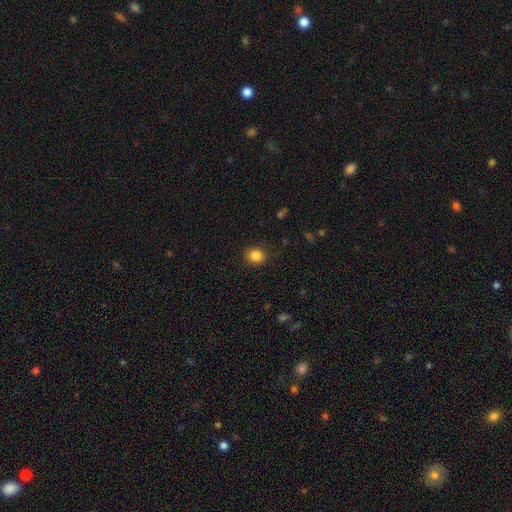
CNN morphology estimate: A smooth galaxy with no disk features (85%) that is round (76%).

Vote fractions:
- Smooth or featured? smooth: 85% / star or artifact: 11% / featured or disk: 4%
- How rounded? round: 76% / in between: 23% / cigar-shaped: 1%
- Merging? none: 87% / minor disturbance: 9% / major disturbance: 3% / merger: 1%